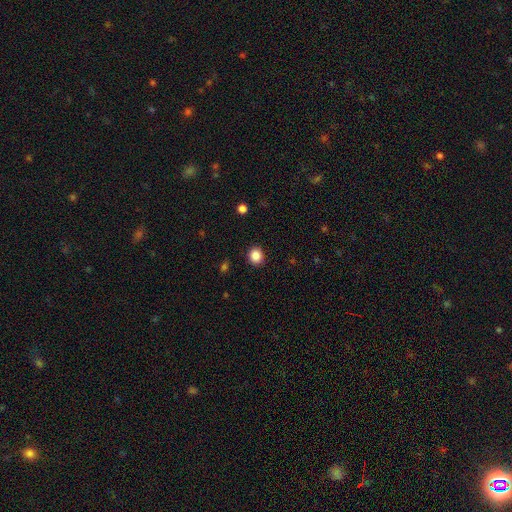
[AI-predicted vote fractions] Morphology: type=smooth (86%); roundness=round (76%); merging=none (91%).